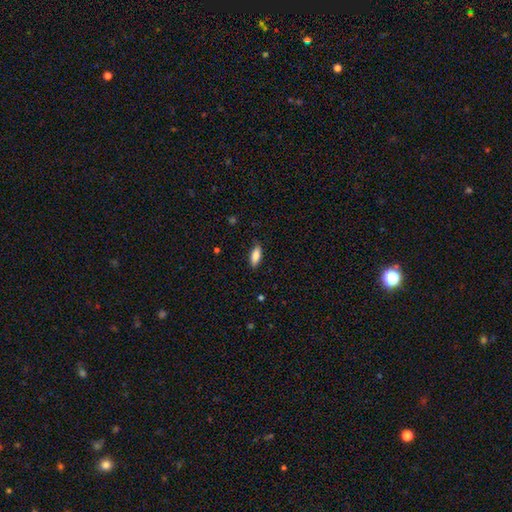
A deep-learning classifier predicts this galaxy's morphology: A smooth galaxy with no disk features (83%) that is in between round and cigar-shaped (75%). Merging: none (86%).